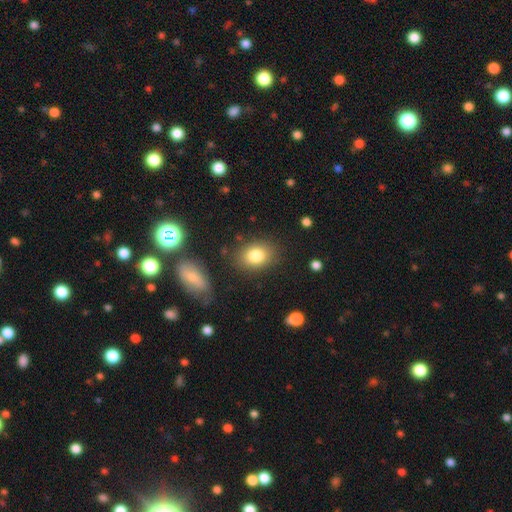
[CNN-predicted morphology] Smooth or featured? smooth (82%)
How rounded? in between (67%)
Merging? none (82%)